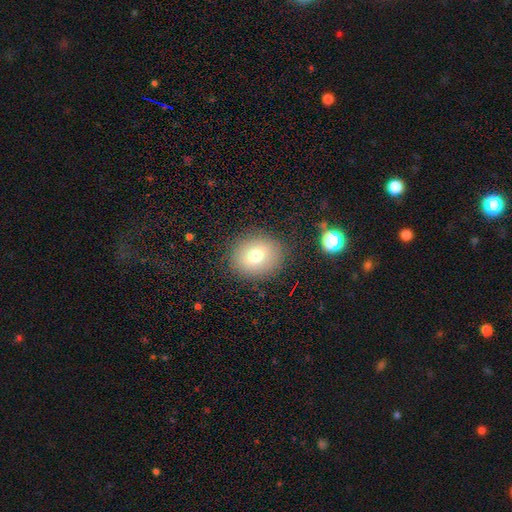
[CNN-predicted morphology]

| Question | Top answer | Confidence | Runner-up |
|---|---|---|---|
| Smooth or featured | smooth | 72% | featured or disk (14%) |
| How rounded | round | 76% | in between (23%) |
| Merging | none | 86% | minor disturbance (9%) |